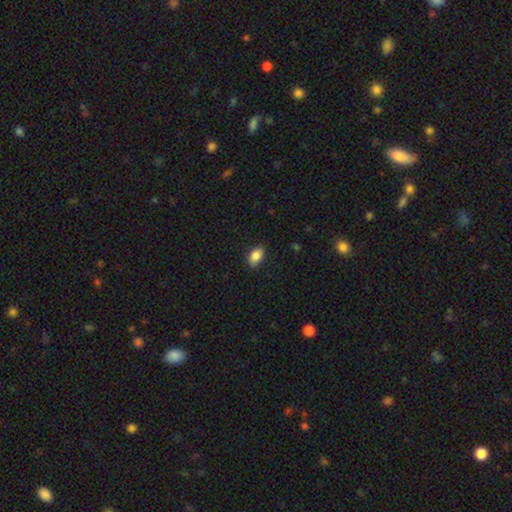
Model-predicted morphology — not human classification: Smooth or featured? smooth (85%)
How rounded? in between (88%)
Merging? none (79%)